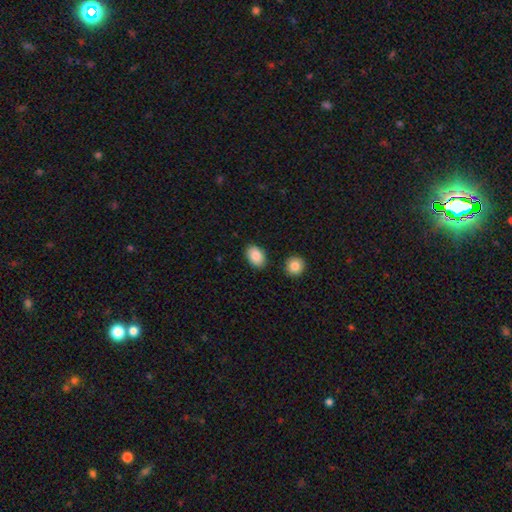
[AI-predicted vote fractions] A smooth galaxy with no disk features (87%) that is in between round and cigar-shaped (86%). Merging: none (85%).